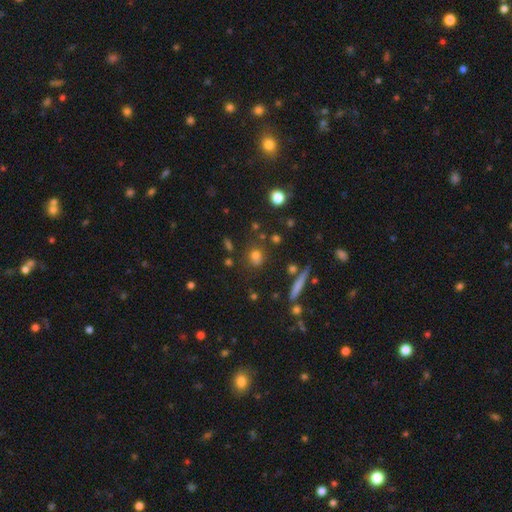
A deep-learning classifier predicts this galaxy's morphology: Overall: smooth (72%). How rounded: round (74%). Merging: none (75%).